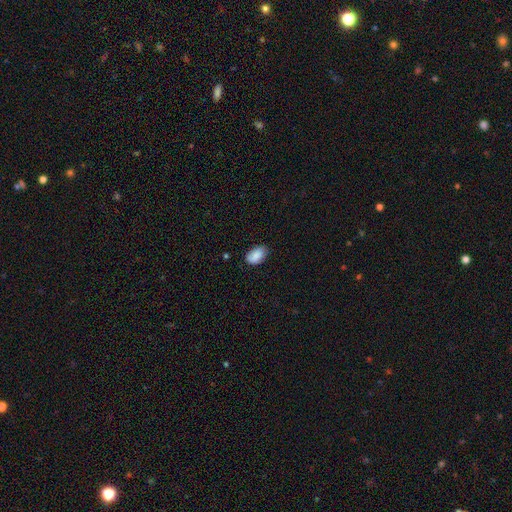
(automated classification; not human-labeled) The model was most divided on "merging": none: 73%, minor disturbance: 22%, major disturbance: 3%, merger: 1%. More confident: how rounded — in between (92%); smooth or featured — smooth (88%).